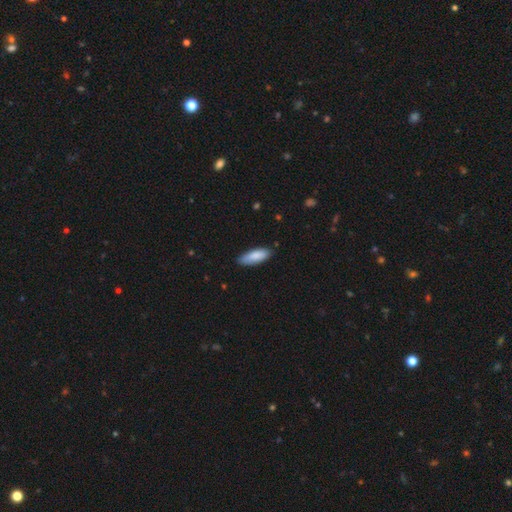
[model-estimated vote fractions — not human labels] Smooth or featured? Predicted: smooth (p=0.87). How rounded? Predicted: in between (p=0.64). Merging? Predicted: none (p=0.83).